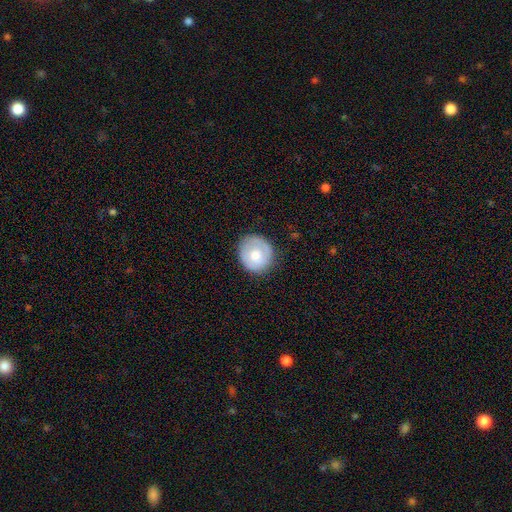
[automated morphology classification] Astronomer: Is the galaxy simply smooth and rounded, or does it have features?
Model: smooth — 62%.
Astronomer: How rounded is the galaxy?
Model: round — 84%.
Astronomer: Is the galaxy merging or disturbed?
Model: none — 81%.